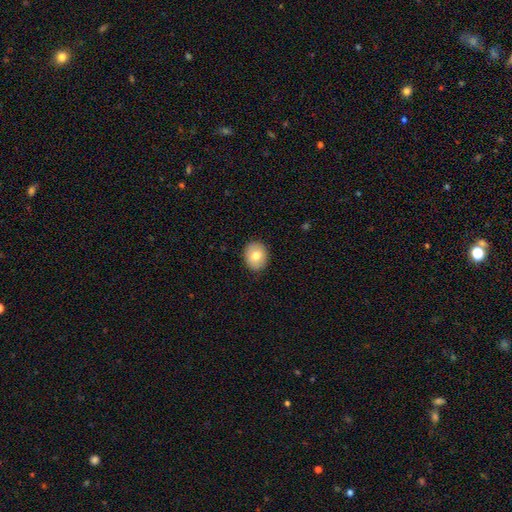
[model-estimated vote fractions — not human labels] Smooth or featured: smooth — 74% (featured or disk — 18%)
How rounded: round — 57% (in between — 42%)
Merging: none — 88% (minor disturbance — 9%)